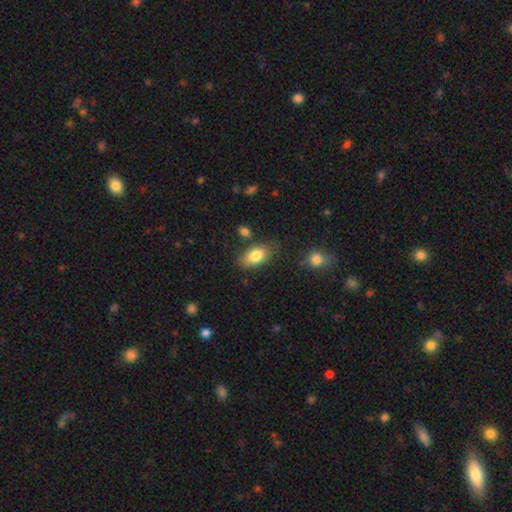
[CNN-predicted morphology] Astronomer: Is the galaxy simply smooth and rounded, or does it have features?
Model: smooth — 82%.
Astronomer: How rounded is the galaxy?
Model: in between — 91%.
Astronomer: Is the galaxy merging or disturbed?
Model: none — 75%.